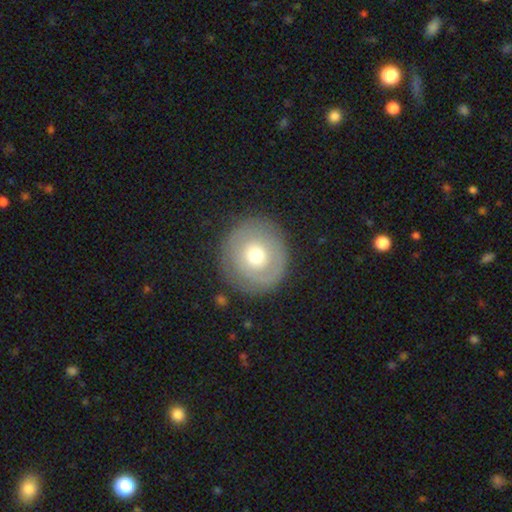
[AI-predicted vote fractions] Morphology: type=smooth (53%); roundness=round (90%); merging=none (83%).